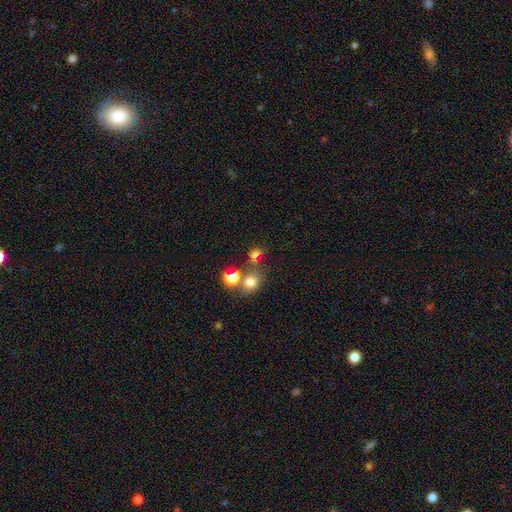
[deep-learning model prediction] The model was most divided on "merging": none: 58%, merger: 27%, minor disturbance: 10%, major disturbance: 5%. More confident: how rounded — round (71%); smooth or featured — smooth (70%).